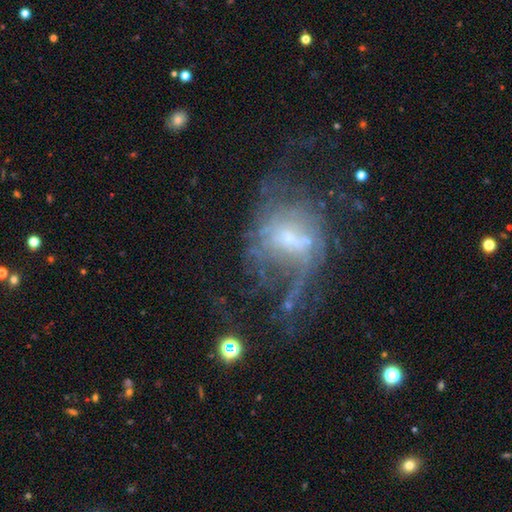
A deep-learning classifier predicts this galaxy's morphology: smooth-or-featured: featured or disk: 67% | star or artifact: 17% | smooth: 17%
  disk-edge-on: no: 93% | yes: 7%
    bar: weak: 43% | no: 40% | strong: 17%
    has-spiral-arms: yes: 66% | no: 34%
    bulge-size: small: 46% | moderate: 37% | none: 8% | large: 7% | dominant: 2%
  merging: none: 41% | major disturbance: 37% | minor disturbance: 17% | merger: 4%